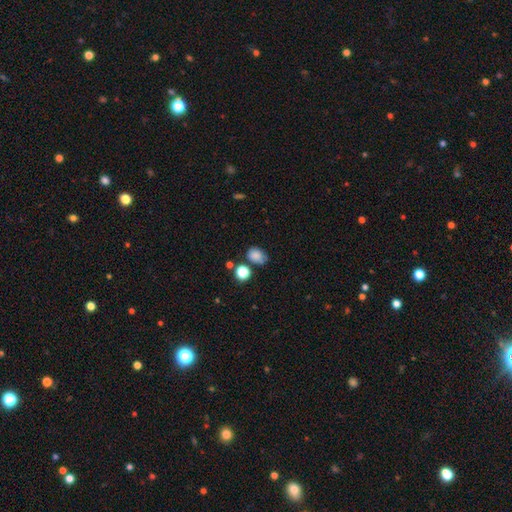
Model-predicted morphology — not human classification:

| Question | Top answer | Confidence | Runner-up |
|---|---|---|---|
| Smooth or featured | smooth | 80% | star or artifact (12%) |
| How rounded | in between | 61% | round (38%) |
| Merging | none | 56% | minor disturbance (25%) |